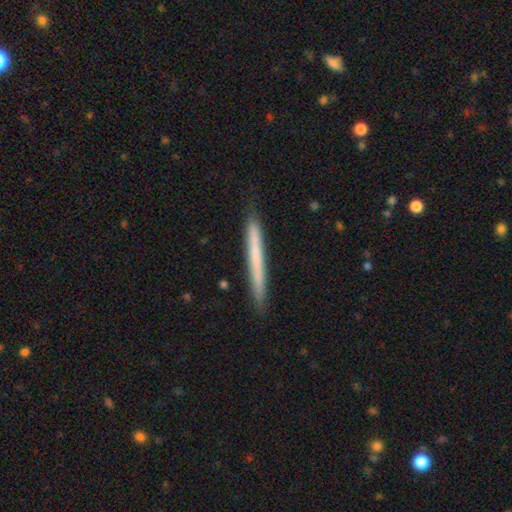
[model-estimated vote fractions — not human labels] A smooth galaxy with no disk features (60%) that is cigar-shaped (97%). Merging: none (89%).